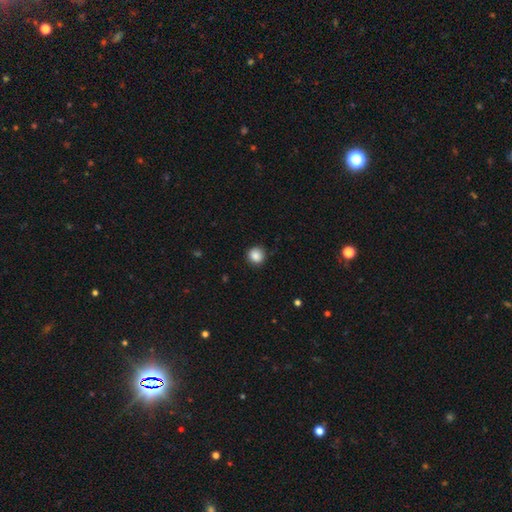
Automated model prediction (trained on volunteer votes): Smooth or featured? Predicted: smooth (p=0.87). How rounded? Predicted: round (p=0.90). Merging? Predicted: none (p=0.89).